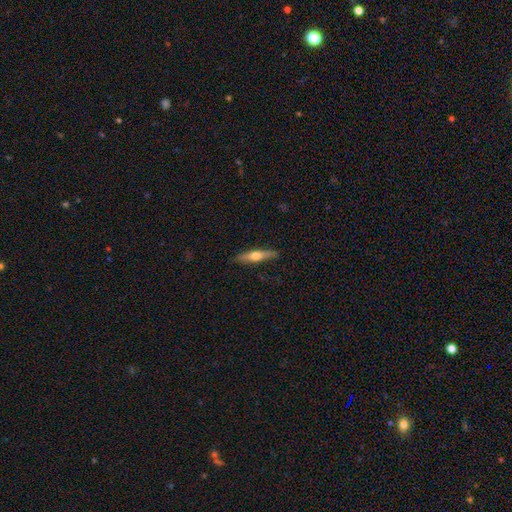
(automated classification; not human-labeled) Smooth or featured? Predicted: featured or disk (p=0.48). Merging? Predicted: none (p=0.86).